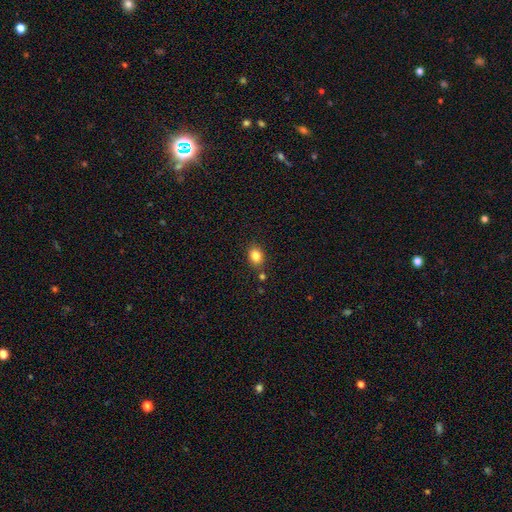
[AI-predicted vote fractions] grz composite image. It shows a smooth galaxy with no disk features (83%) that is in between round and cigar-shaped (55%). Merging: none (80%).